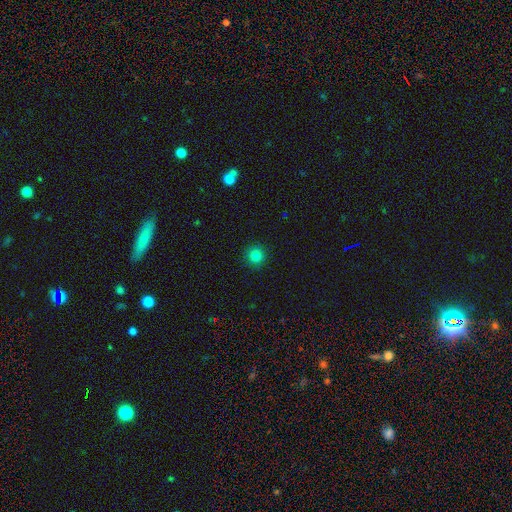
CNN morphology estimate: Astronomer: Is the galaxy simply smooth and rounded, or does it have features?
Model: smooth — 83%.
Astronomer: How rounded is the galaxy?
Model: round — 94%.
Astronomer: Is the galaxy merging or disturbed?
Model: none — 92%.